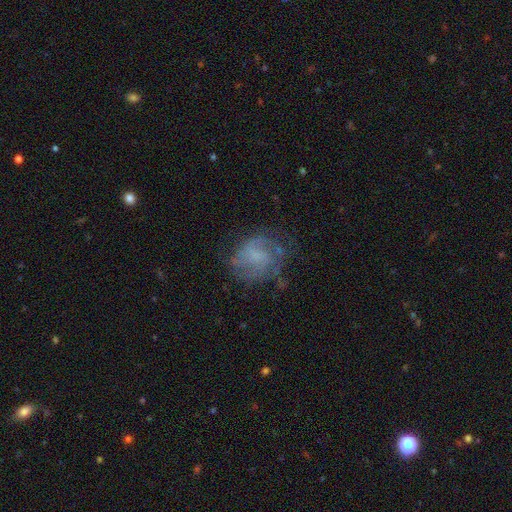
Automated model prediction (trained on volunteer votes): This is likely a featured or disk galaxy (60%). It is clearly not viewed edge-on (98%). Bar: possibly no (59%). Spiral arm pattern: likely yes (77%). Central bulge: possibly none (46%). Merging: possibly none (58%).